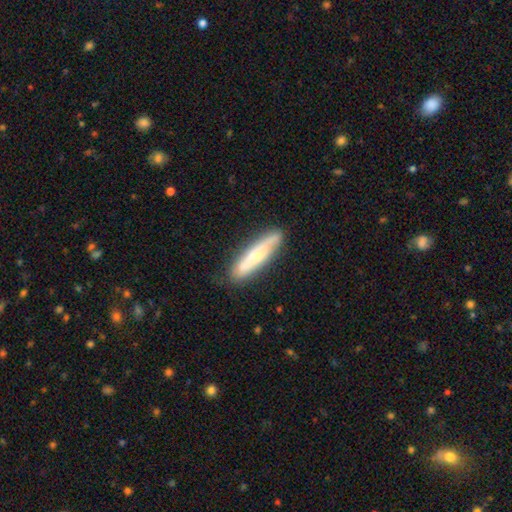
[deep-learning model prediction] This appears to be a smooth galaxy with no disk features (53%) that is cigar-shaped (83%). Merging: none (80%).